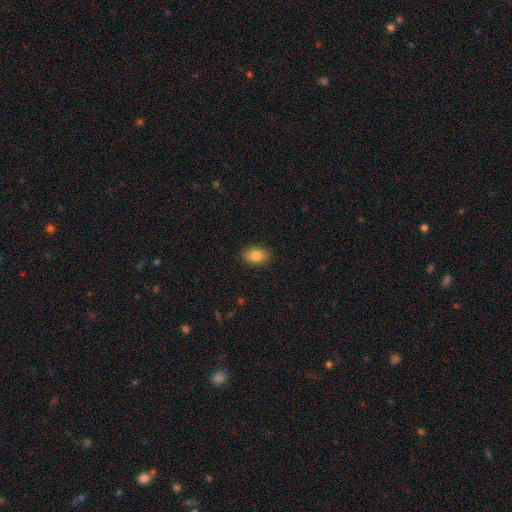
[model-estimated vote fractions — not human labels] Smooth or featured? smooth (83%)
How rounded? in between (77%)
Merging? none (88%)